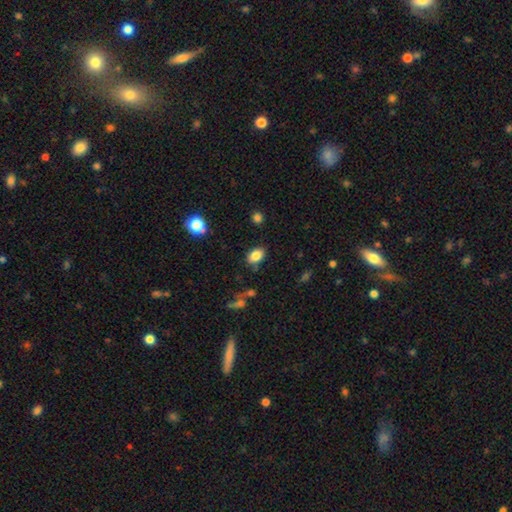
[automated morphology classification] Smooth or featured?
  - smooth: 83% *
  - star or artifact: 10%
  - featured or disk: 7%
How rounded?
  - in between: 80% *
  - round: 18%
  - cigar-shaped: 1%
Merging?
  - none: 81% *
  - minor disturbance: 13%
  - major disturbance: 3%
  - merger: 3%